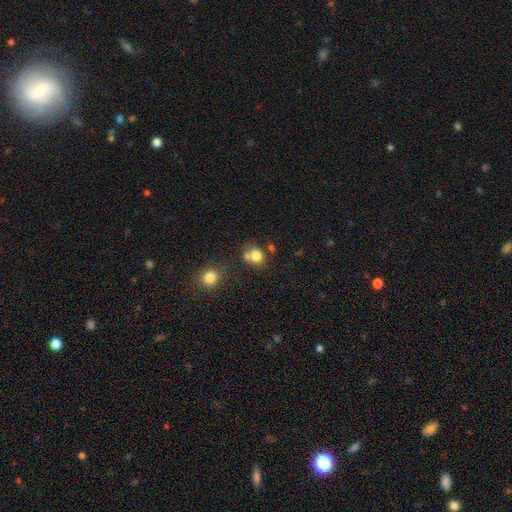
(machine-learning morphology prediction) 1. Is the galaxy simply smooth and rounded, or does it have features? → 79% smooth, 12% star or artifact, 9% featured or disk.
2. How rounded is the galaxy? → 73% round, 26% in between, 1% cigar-shaped.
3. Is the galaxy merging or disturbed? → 53% none, 29% merger, 13% minor disturbance, 5% major disturbance.